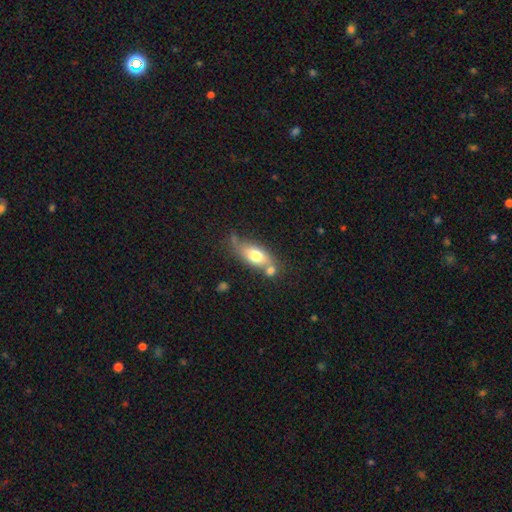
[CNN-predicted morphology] smooth_or_featured: smooth (p=0.68) [alt: featured or disk p=0.24]
how_rounded: in between (p=0.80) [alt: cigar-shaped p=0.13]
merging: none (p=0.46) [alt: merger p=0.30]